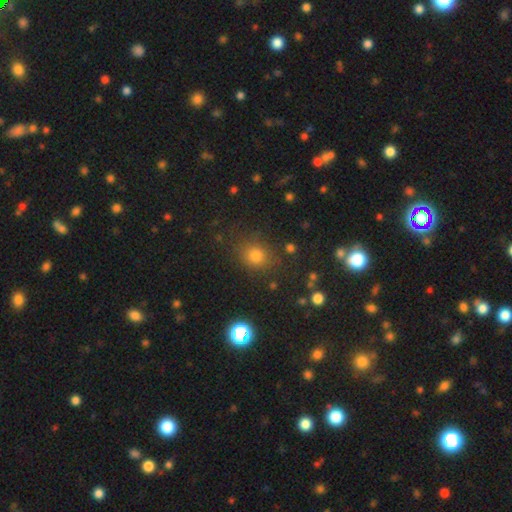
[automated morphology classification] A smooth galaxy with no disk features (75%) that is round (79%). Merging: none (83%).